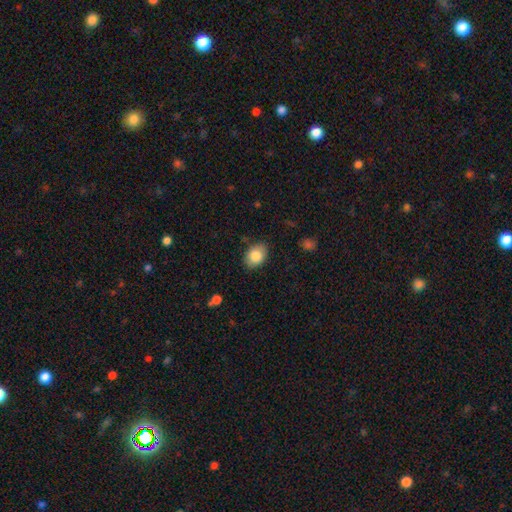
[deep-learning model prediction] Smooth or featured: smooth — 85% (featured or disk — 8%)
How rounded: in between — 76% (round — 23%)
Merging: none — 84% (minor disturbance — 12%)